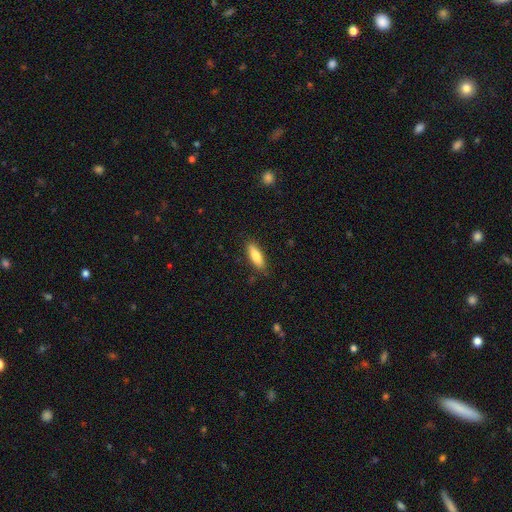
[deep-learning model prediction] A smooth galaxy with no disk features (80%) that is in between round and cigar-shaped (55%). Merging: none (86%).